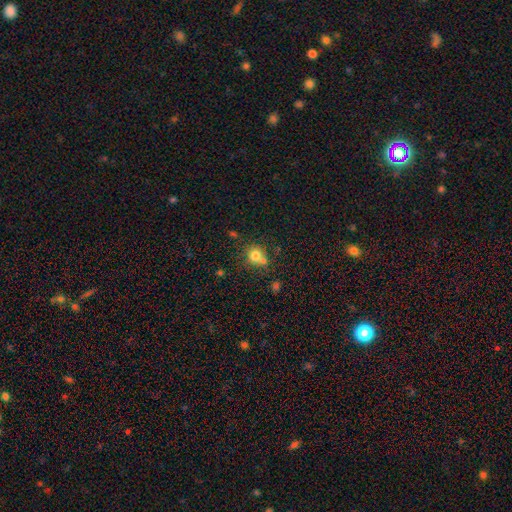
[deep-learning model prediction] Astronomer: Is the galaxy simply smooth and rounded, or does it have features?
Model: smooth — 77%.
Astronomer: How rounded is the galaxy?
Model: round — 86%.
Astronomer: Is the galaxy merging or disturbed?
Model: none — 53% (runner-up: merger, 33%).